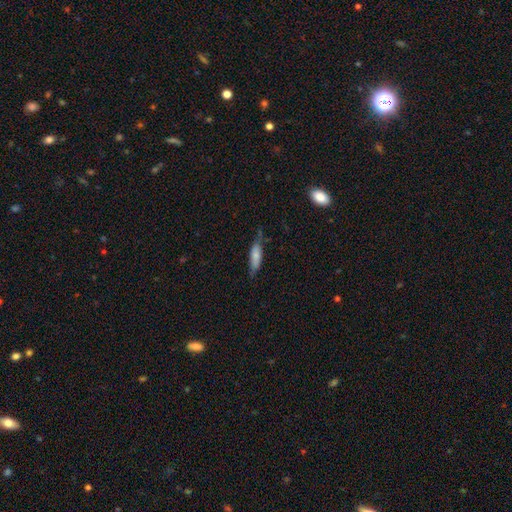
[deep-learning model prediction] This is likely a smooth galaxy (72%). How rounded: possibly cigar-shaped (50%). Merging: possibly none (60%).